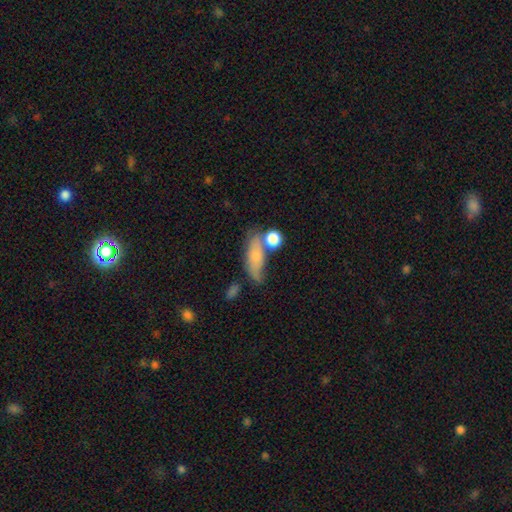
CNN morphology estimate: Q: Smooth or featured?
A: smooth (67%); runner-up: featured or disk (24%)
Q: How rounded?
A: in between (65%); runner-up: cigar-shaped (26%)
Q: Merging?
A: none (42%); runner-up: minor disturbance (23%)